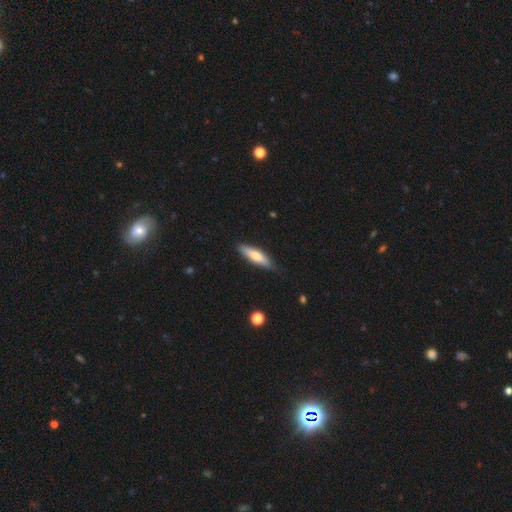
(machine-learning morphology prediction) Overall: smooth (67%; featured or disk 28%). How rounded: cigar-shaped (64%; in between 34%). Merging: none (83%).